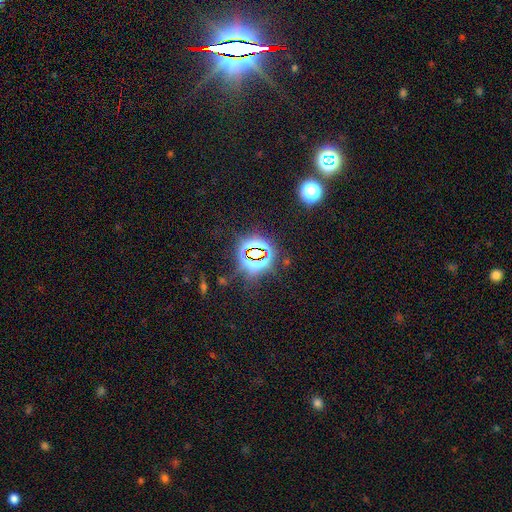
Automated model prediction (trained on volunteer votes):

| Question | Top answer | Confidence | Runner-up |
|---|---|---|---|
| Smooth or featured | star or artifact | 79% | smooth (13%) |